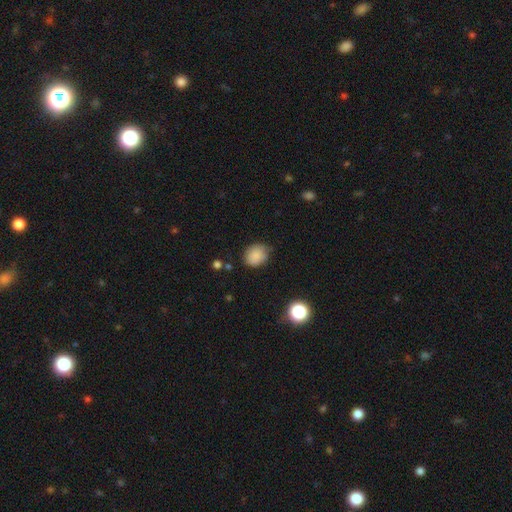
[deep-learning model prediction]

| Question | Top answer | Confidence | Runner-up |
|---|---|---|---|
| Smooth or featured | smooth | 83% | star or artifact (10%) |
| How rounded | round | 56% | in between (43%) |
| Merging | none | 61% | minor disturbance (30%) |